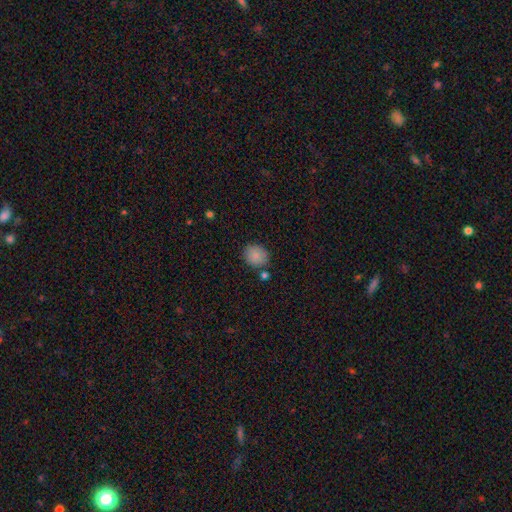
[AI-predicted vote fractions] smooth 86%, star or artifact 9%, featured or disk 5%. Down the decision tree: how rounded — round (71%); merging — none (79%).